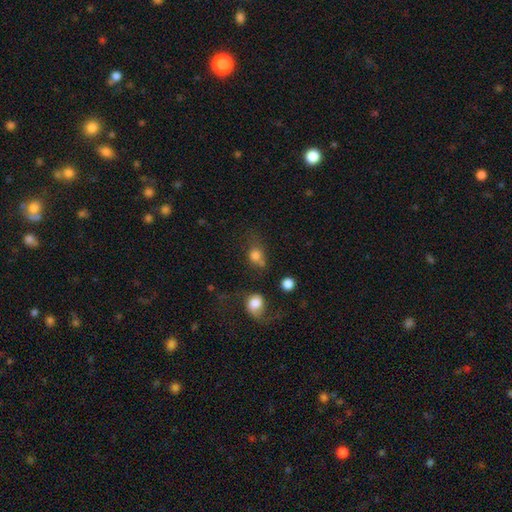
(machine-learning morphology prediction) The model was most divided on "merging": none: 46%, merger: 19%, minor disturbance: 19%, major disturbance: 15%. More confident: smooth or featured — smooth (78%); how rounded — round (63%).